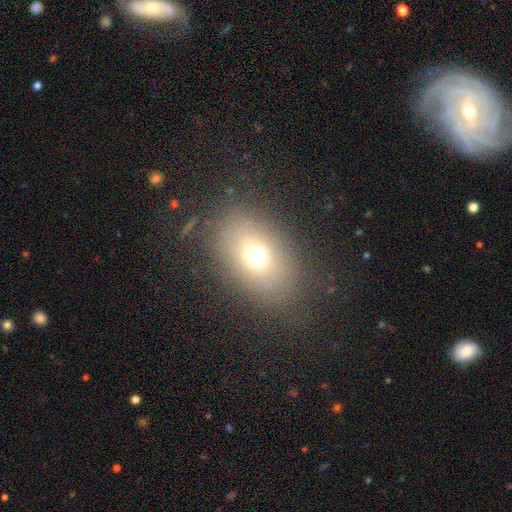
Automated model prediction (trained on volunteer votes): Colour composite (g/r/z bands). It shows a smooth galaxy with no disk features (68%) that is in between round and cigar-shaped (77%). Merging: none (80%).